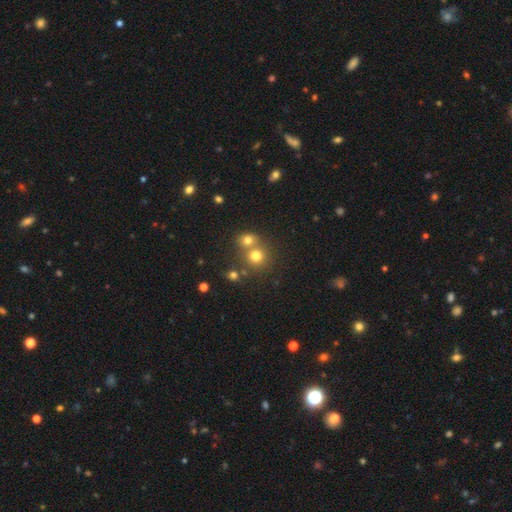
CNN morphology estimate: Smooth or featured: smooth — 74% (star or artifact — 16%)
How rounded: round — 86% (in between — 13%)
Merging: none — 50% (merger — 41%)